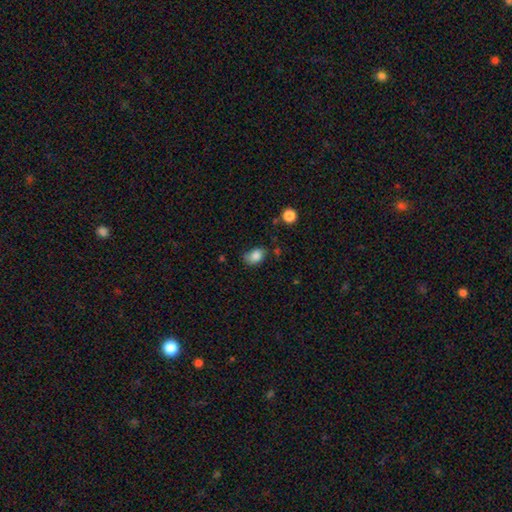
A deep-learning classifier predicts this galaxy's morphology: Q: Smooth or featured?
A: smooth (84%); runner-up: star or artifact (9%)
Q: How rounded?
A: in between (77%); runner-up: round (22%)
Q: Merging?
A: none (53%); runner-up: minor disturbance (34%)